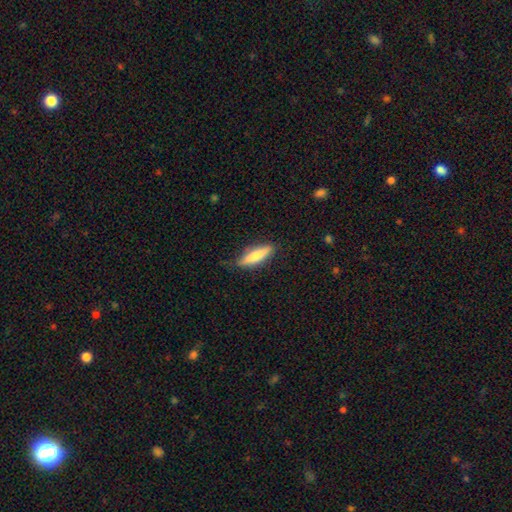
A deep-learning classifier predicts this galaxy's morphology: type=smooth (71%); roundness=cigar-shaped (70%); merging=none (81%).